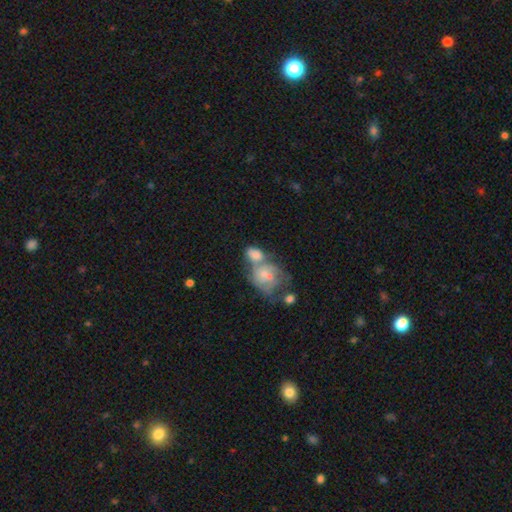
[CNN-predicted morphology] Q: Smooth or featured?
A: featured or disk (49%); runner-up: smooth (42%)
Q: Merging?
A: merger (62%); runner-up: none (19%)